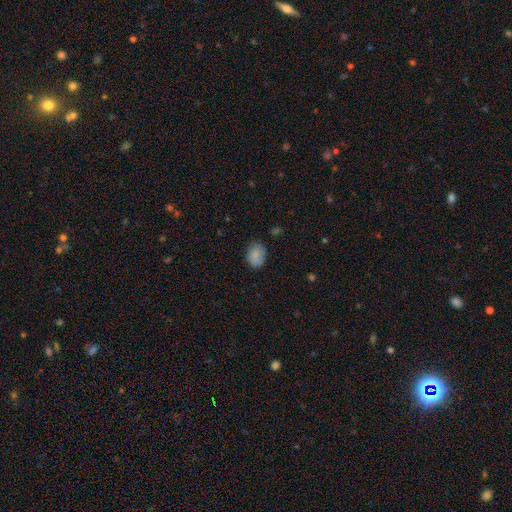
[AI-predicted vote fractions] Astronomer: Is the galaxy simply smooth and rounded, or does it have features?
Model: smooth — 86%.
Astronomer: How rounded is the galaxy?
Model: in between — 76%.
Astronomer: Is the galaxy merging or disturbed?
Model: none — 79%.